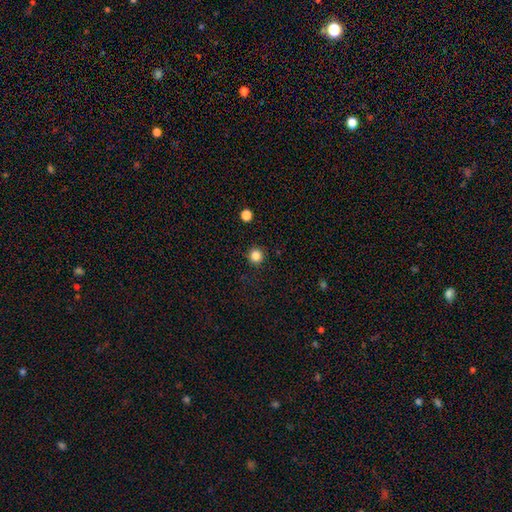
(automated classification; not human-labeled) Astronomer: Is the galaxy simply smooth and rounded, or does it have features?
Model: smooth — 84%.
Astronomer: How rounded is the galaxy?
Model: round — 95%.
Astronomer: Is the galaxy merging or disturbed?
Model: none — 92%.